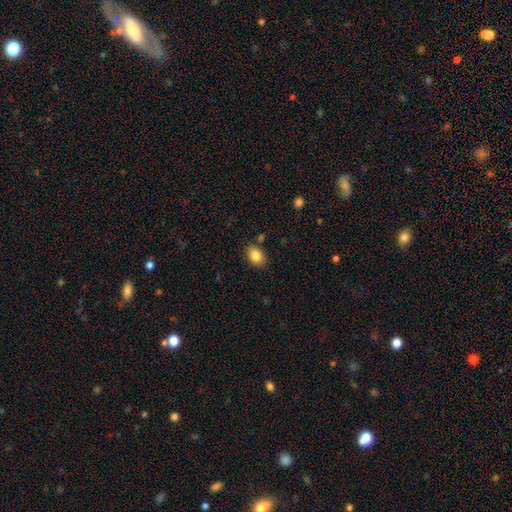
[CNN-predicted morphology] smooth_or_featured: smooth (p=0.84) [alt: star or artifact p=0.08]
how_rounded: in between (p=0.73) [alt: round p=0.26]
merging: none (p=0.83) [alt: minor disturbance p=0.12]